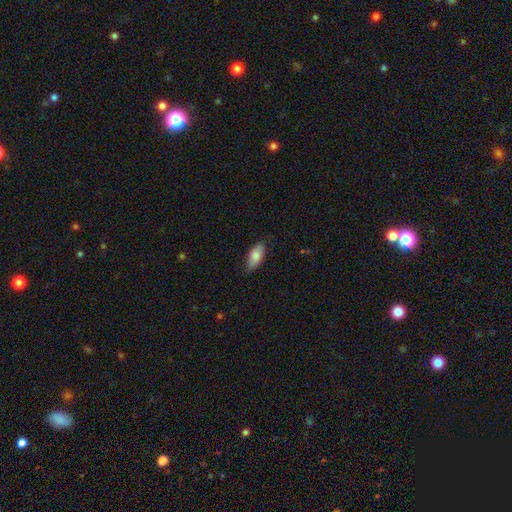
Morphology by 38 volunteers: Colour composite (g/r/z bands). It shows a smooth galaxy with no disk features (74%) that is in between round and cigar-shaped (79%). Merging: none (79%).